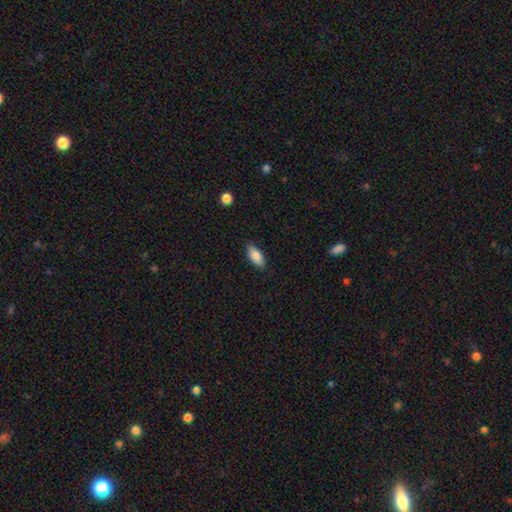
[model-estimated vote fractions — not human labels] Smooth or featured? smooth (84%)
How rounded? in between (86%)
Merging? none (86%)